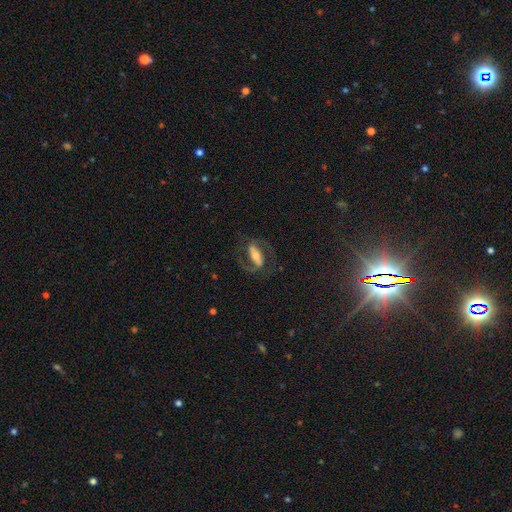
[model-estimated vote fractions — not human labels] Smooth or featured?
  - featured or disk: 78% *
  - smooth: 14%
  - star or artifact: 7%
Edge-on disk?
  - no: 93% *
  - yes: 7%
Bar?
  - strong: 60% *
  - weak: 25%
  - no: 15%
Spiral arms?
  - yes: 91% *
  - no: 9%
Spiral winding?
  - medium: 56% *
  - loose: 25%
  - tight: 20%
Spiral arm count?
  - 2: 90% *
  - 1: 4%
  - can't tell: 3%
  - 3: 1%
  - 4: 1%
  - more than 4: 1%
Bulge size?
  - moderate: 54% *
  - small: 30%
  - large: 12%
  - none: 2%
  - dominant: 2%
Merging?
  - none: 72% *
  - major disturbance: 13%
  - minor disturbance: 13%
  - merger: 1%